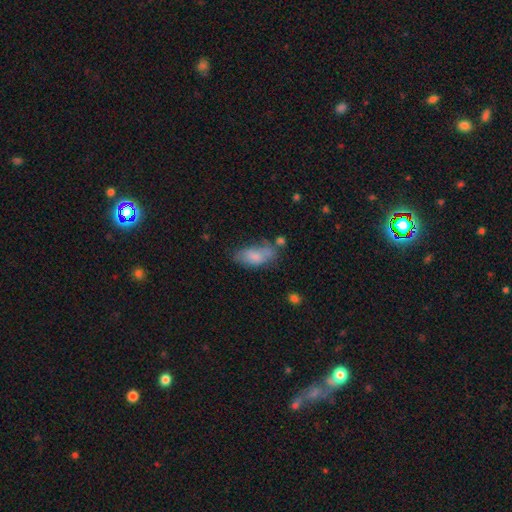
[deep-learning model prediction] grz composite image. It shows a smooth galaxy with no disk features (76%) that is in between round and cigar-shaped (89%). Merging: none (49%).